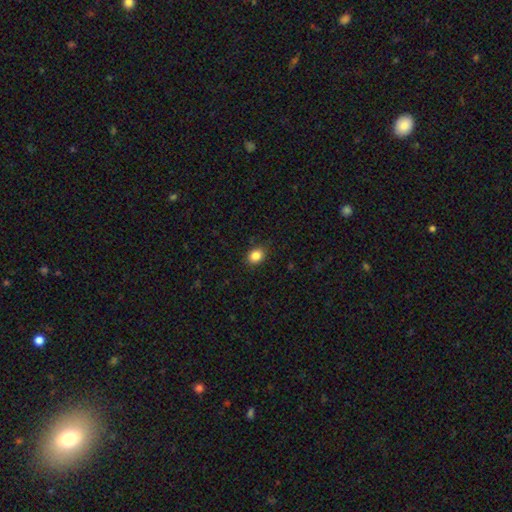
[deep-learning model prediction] This is clearly a smooth galaxy (86%). How rounded: possibly round (50%). Merging: clearly none (86%).